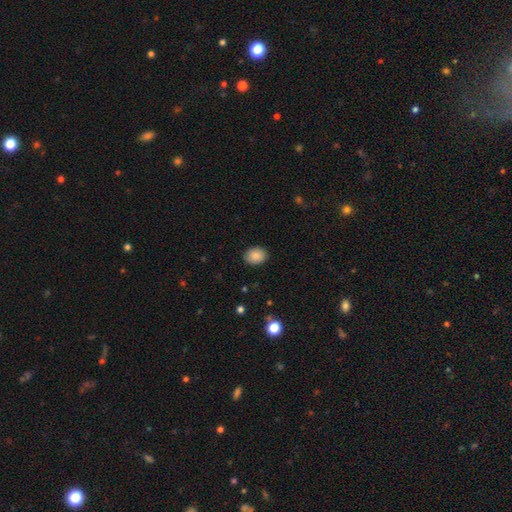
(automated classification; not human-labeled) Smooth or featured? Predicted: smooth (p=0.88). How rounded? Predicted: in between (p=0.60). Merging? Predicted: none (p=0.88).